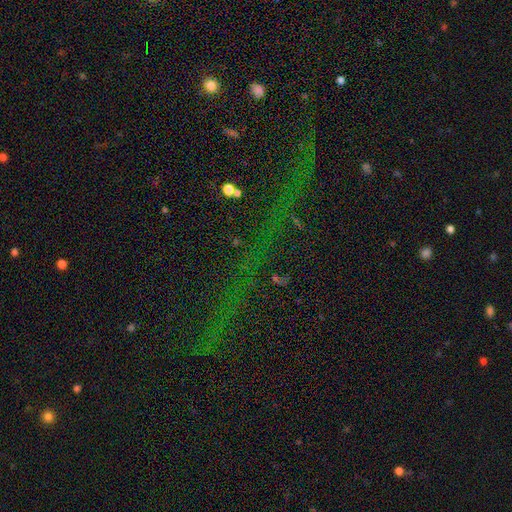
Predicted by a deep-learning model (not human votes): This is likely a star or artifact rather than a galaxy (75%).